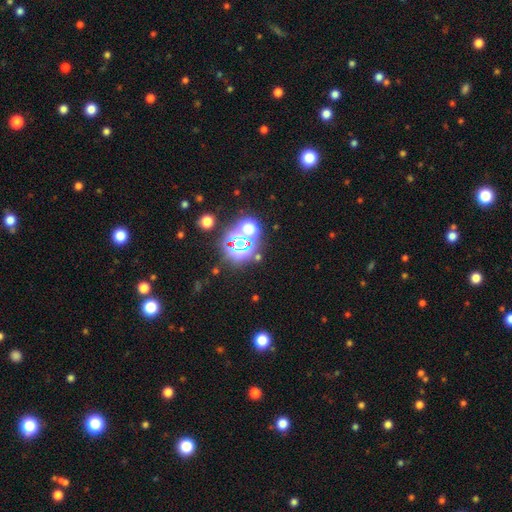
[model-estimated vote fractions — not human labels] A star or artifact, not a galaxy (74%).